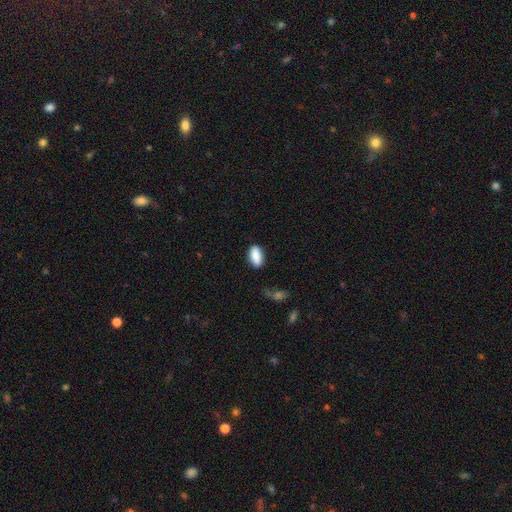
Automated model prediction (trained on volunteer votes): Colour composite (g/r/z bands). It shows a smooth galaxy with no disk features (87%) that is in between round and cigar-shaped (91%). Merging: none (82%).